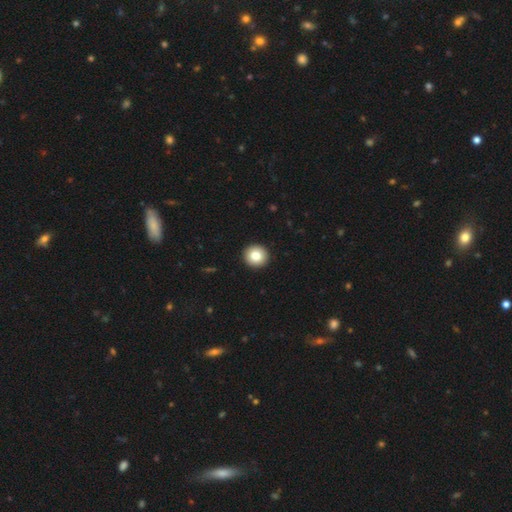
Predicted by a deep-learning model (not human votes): Q: Smooth or featured?
A: smooth (82%); runner-up: featured or disk (9%)
Q: How rounded?
A: round (94%); runner-up: in between (5%)
Q: Merging?
A: none (94%); runner-up: minor disturbance (4%)